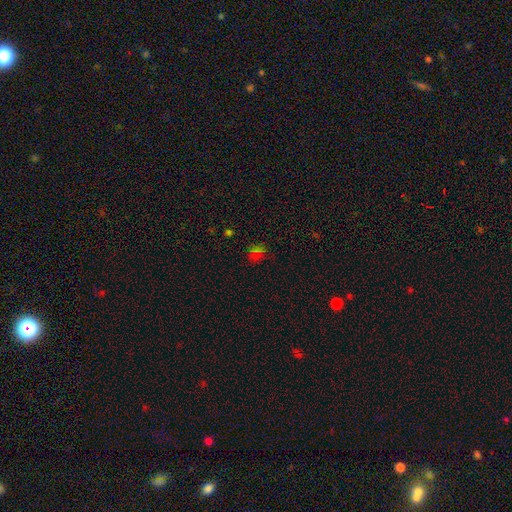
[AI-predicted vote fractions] smooth 50%, star or artifact 43%, featured or disk 7%. Down the decision tree: merging — none (73%).